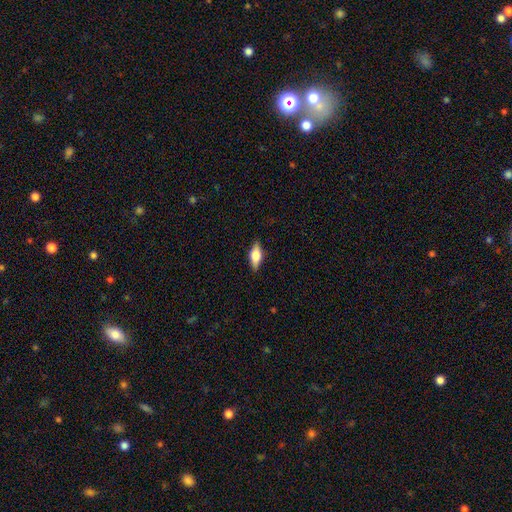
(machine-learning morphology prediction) smooth-or-featured: smooth: 50% | featured or disk: 43% | star or artifact: 7%
  merging: none: 86% | minor disturbance: 10% | major disturbance: 2% | merger: 1%